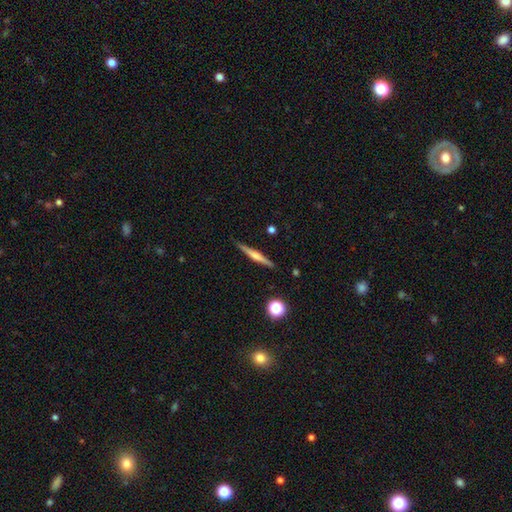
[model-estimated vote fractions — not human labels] Q: Smooth or featured?
A: featured or disk (64%); runner-up: smooth (29%)
Q: Edge-on disk?
A: yes (98%); runner-up: no (2%)
Q: Edge-on bulge?
A: rounded (70%); runner-up: none (15%)
Q: Merging?
A: none (88%); runner-up: minor disturbance (9%)